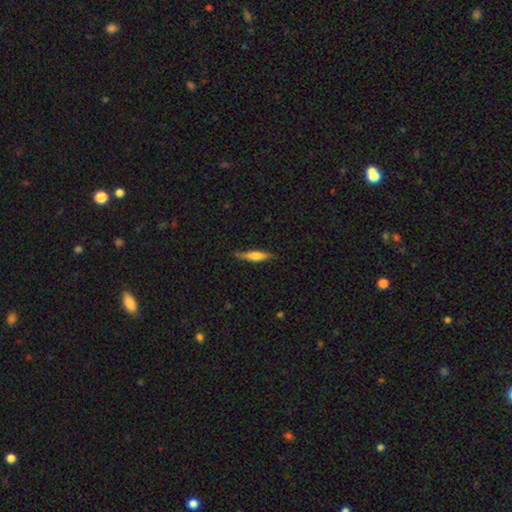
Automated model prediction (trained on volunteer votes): The model was most divided on "smooth or featured": smooth: 51%, featured or disk: 43%, star or artifact: 6%. More confident: how rounded — cigar-shaped (74%); merging — none (73%).